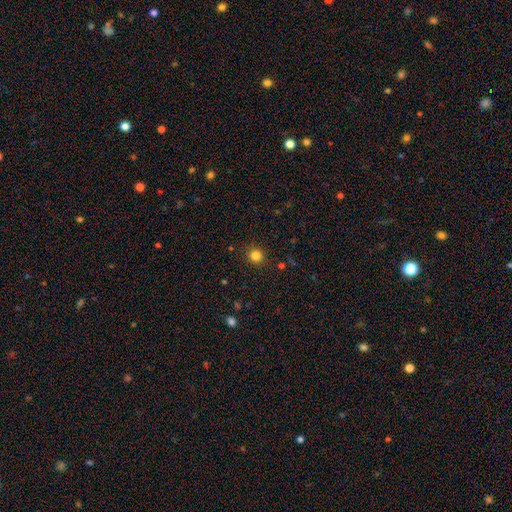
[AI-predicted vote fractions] Overall: smooth (83%). How rounded: round (91%). Merging: none (90%).